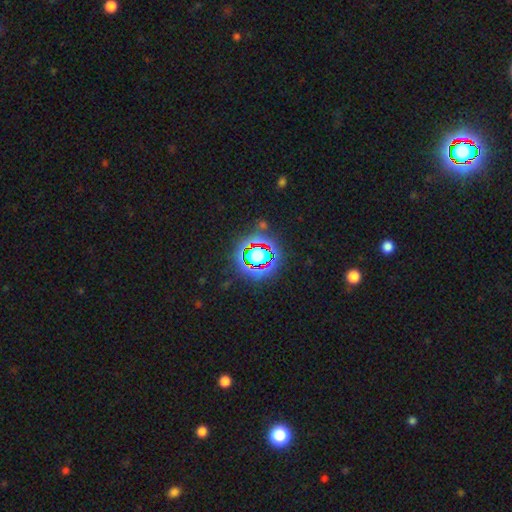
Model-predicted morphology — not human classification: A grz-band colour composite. It shows a star or artifact, not a galaxy (65%).